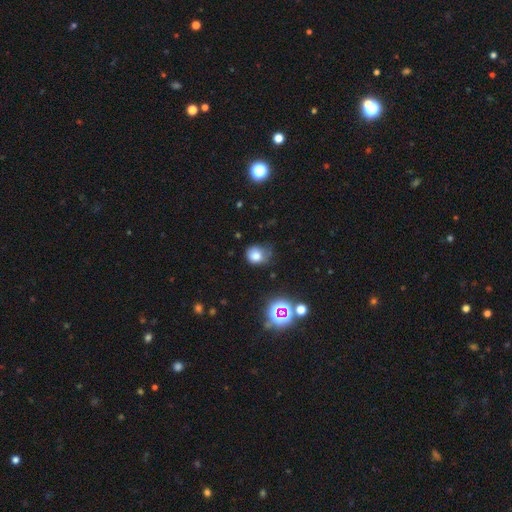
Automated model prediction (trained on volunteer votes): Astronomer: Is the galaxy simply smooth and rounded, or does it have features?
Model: smooth — 76%.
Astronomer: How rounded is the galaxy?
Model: round — 72%.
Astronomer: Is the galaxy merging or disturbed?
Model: none — 53% (runner-up: minor disturbance, 32%).